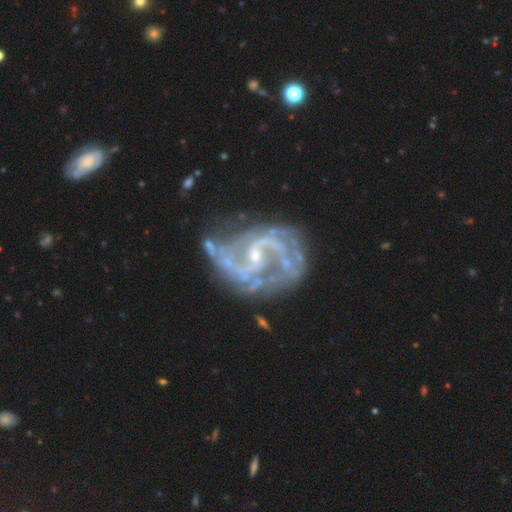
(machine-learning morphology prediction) Smooth or featured: featured or disk — 91% (star or artifact — 6%)
Edge-on disk: no — 98% (yes — 2%)
Bar: weak — 51% (no — 29%)
Spiral arms: yes — 96% (no — 4%)
Spiral winding: medium — 53% (loose — 26%)
Spiral arm count: 2 — 69% (can't tell — 10%)
Bulge size: small — 71% (moderate — 22%)
Merging: none — 54% (minor disturbance — 22%)